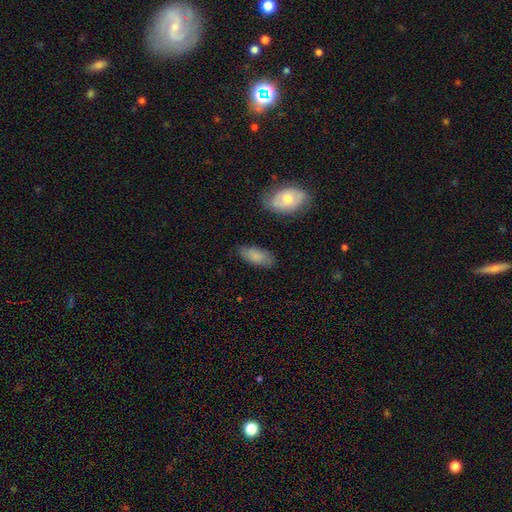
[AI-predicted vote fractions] This is clearly a smooth galaxy (83%). How rounded: clearly in between (86%). Merging: likely none (78%).